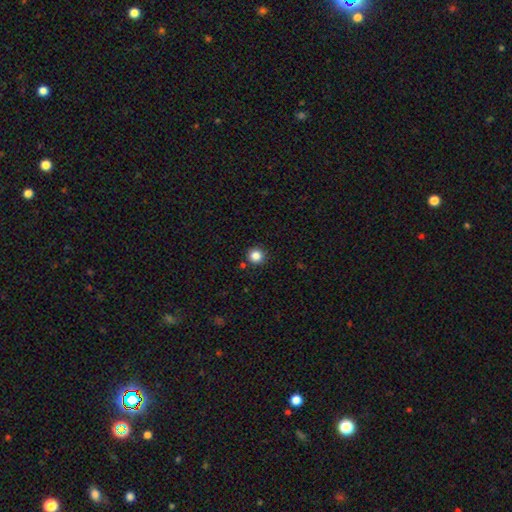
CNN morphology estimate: A smooth galaxy with no disk features (85%) that is round (95%). Merging: none (89%).